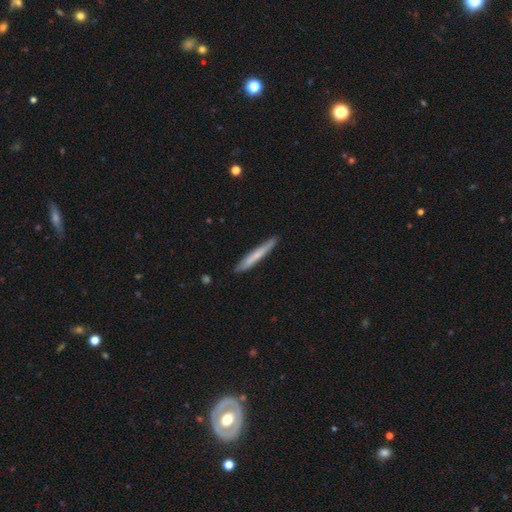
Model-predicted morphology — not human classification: Overall: smooth (64%; featured or disk 30%). How rounded: cigar-shaped (96%). Merging: none (87%).